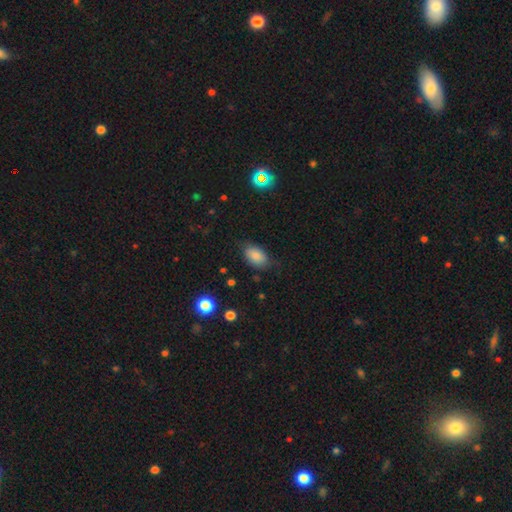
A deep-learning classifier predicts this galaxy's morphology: Q: Smooth or featured?
A: smooth (84%); runner-up: featured or disk (8%)
Q: How rounded?
A: in between (91%); runner-up: round (8%)
Q: Merging?
A: none (71%); runner-up: minor disturbance (22%)